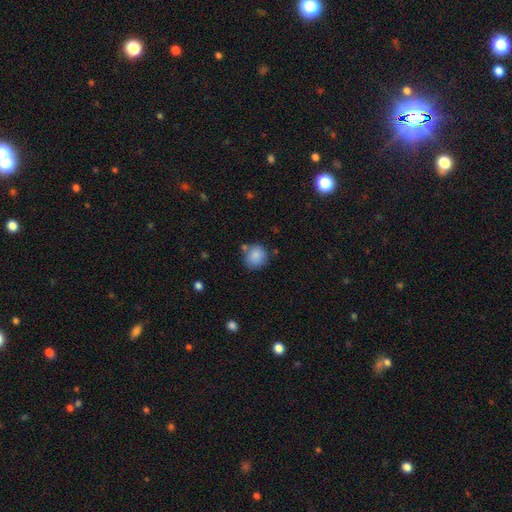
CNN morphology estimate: This is clearly a smooth galaxy (86%). How rounded: clearly round (86%). Merging: likely none (72%).